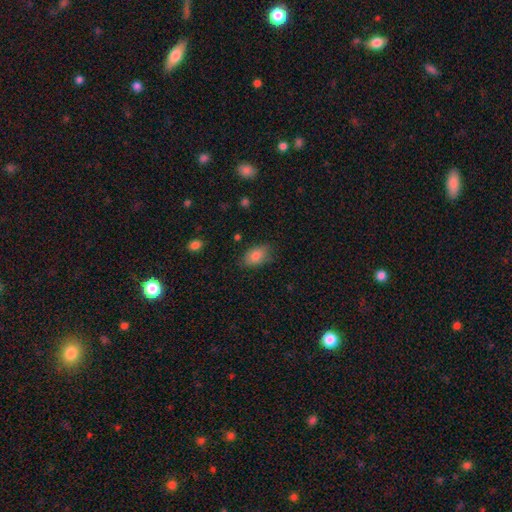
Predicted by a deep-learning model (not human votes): This is clearly a smooth galaxy (84%). How rounded: clearly in between (88%). Merging: likely none (77%).